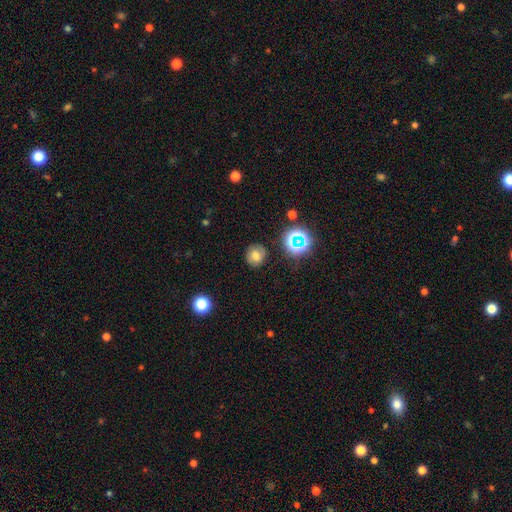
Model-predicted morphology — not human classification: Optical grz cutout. It shows a smooth galaxy with no disk features (65%) that is round (78%). Merging: none (83%).